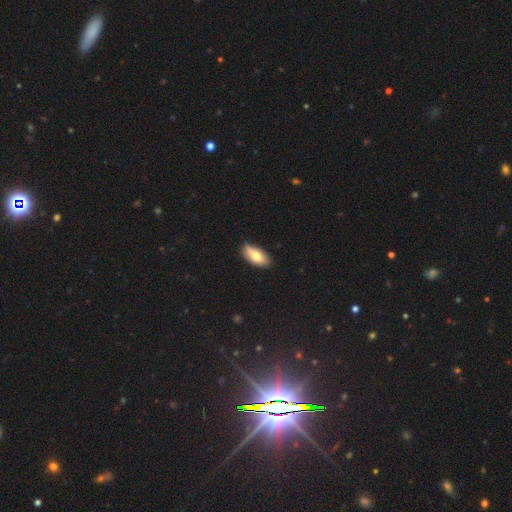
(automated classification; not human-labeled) smooth 70%, featured or disk 23%, star or artifact 7%. Down the decision tree: how rounded — in between (88%); merging — none (72%).